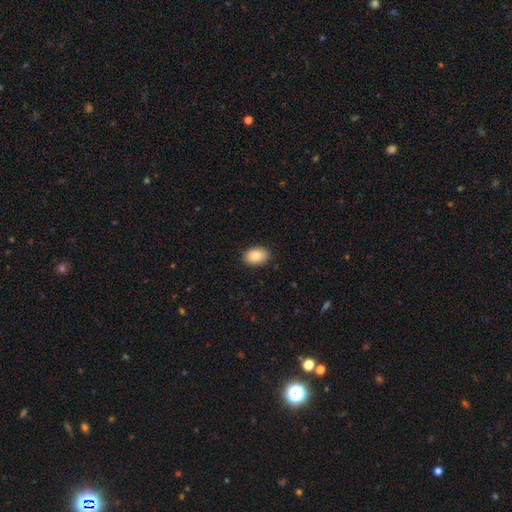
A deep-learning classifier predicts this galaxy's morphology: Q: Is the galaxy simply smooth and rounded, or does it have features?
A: smooth — 85%.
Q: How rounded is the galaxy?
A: in between — 86%.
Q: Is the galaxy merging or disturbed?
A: none — 89%.